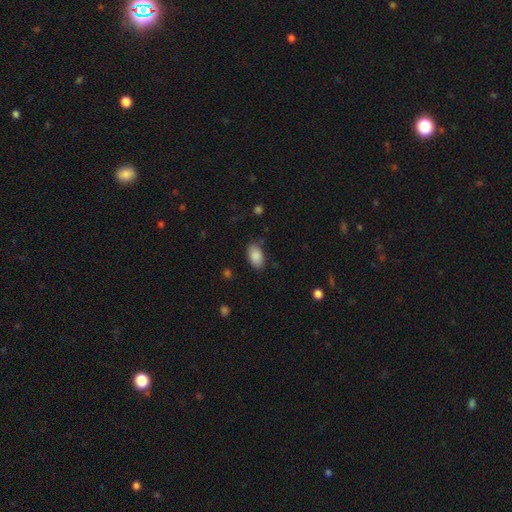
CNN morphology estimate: smooth 89%, star or artifact 7%, featured or disk 4%. Down the decision tree: how rounded — in between (93%); merging — none (81%).